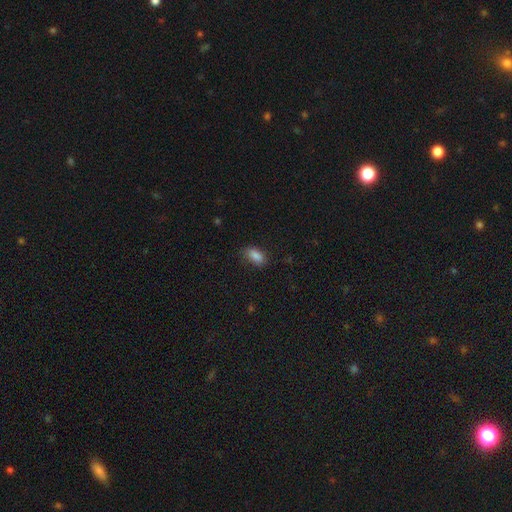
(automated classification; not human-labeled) Morphology: type=smooth (86%); roundness=in between (88%); merging=none (72%).